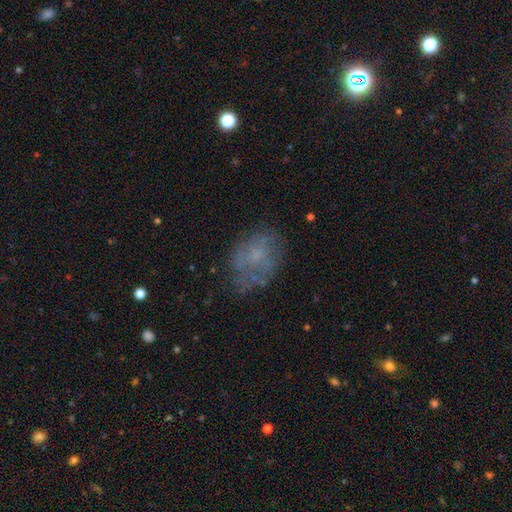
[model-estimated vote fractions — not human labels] This is possibly a smooth galaxy (47%). Merging: possibly none (56%).